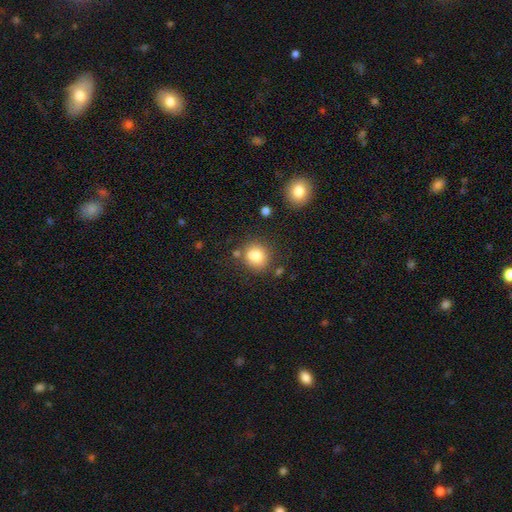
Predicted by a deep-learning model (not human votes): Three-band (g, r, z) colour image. It shows a smooth galaxy with no disk features (82%) that is round (77%). Merging: none (70%).